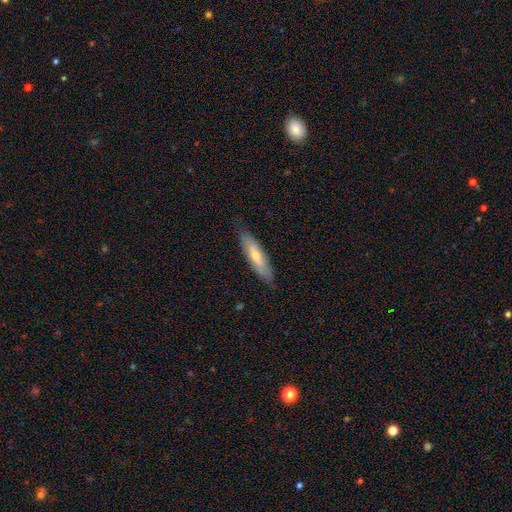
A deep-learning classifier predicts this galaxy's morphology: Smooth or featured: smooth — 53% (featured or disk — 41%)
How rounded: cigar-shaped — 66% (in between — 32%)
Merging: none — 79% (minor disturbance — 16%)